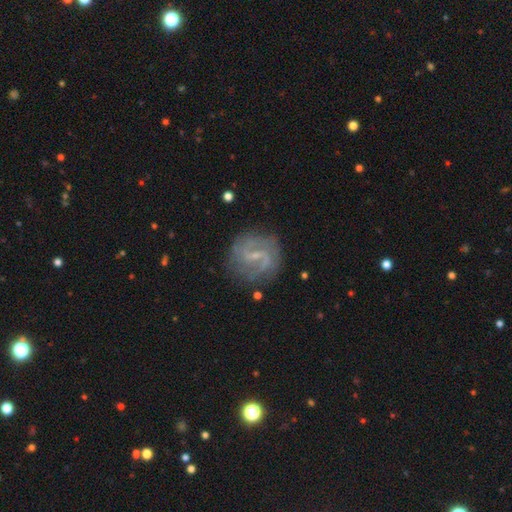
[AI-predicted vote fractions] A featured or disk galaxy (82%) with a weak bar (56%), 2 (81%) medium (46%) spiral arms (92%) and a small central bulge (67%).

Vote fractions:
- Smooth or featured? featured or disk: 82% / smooth: 11% / star or artifact: 7%
- Edge-on disk? no: 97% / yes: 3%
- Bar? weak: 56% / strong: 28% / no: 16%
- Spiral arms? yes: 92% / no: 8%
- Spiral winding? medium: 46% / loose: 34% / tight: 21%
- Spiral arm count? 2: 81% / can't tell: 9% / 3: 3% / 1: 3% / 4: 2% / more than 4: 2%
- Bulge size? small: 67% / none: 18% / moderate: 14% / large: 1% / dominant: 1%
- Merging? none: 79% / minor disturbance: 13% / major disturbance: 6% / merger: 2%